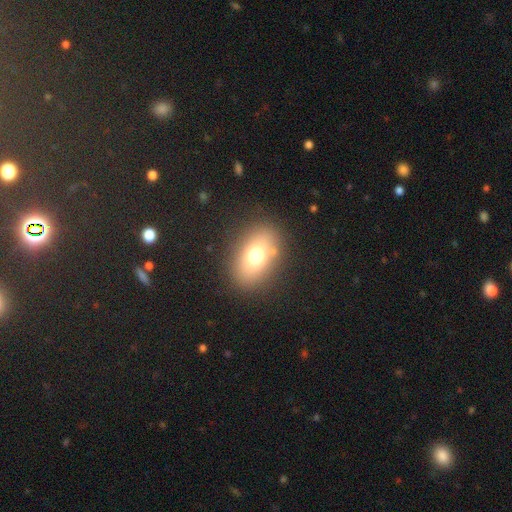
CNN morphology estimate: Q: Smooth or featured?
A: smooth (71%); runner-up: featured or disk (17%)
Q: How rounded?
A: in between (78%); runner-up: round (20%)
Q: Merging?
A: none (83%); runner-up: minor disturbance (10%)